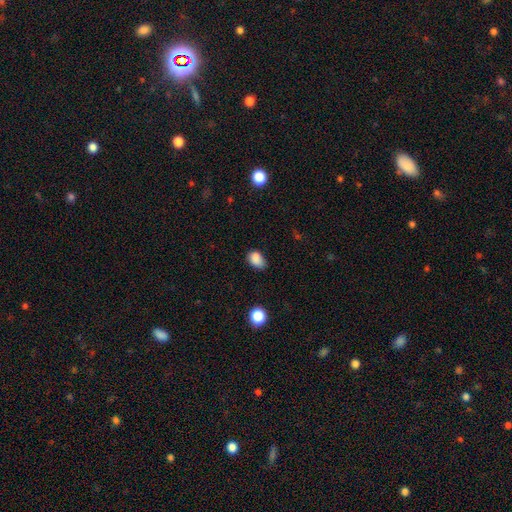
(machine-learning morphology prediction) Smooth or featured? smooth (85%)
How rounded? in between (81%)
Merging? none (63%)